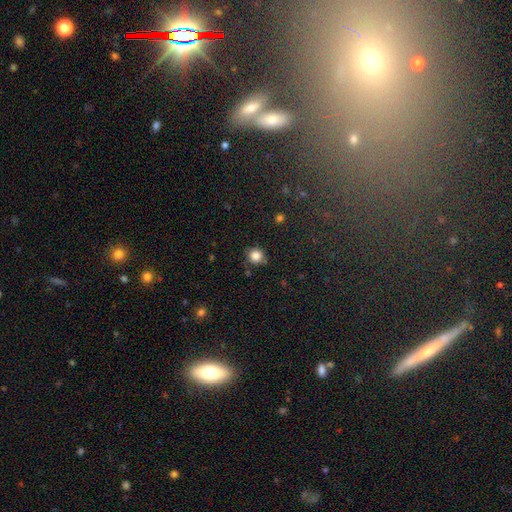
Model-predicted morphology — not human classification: Smooth or featured? Predicted: smooth (p=0.84). How rounded? Predicted: round (p=0.92). Merging? Predicted: none (p=0.82).